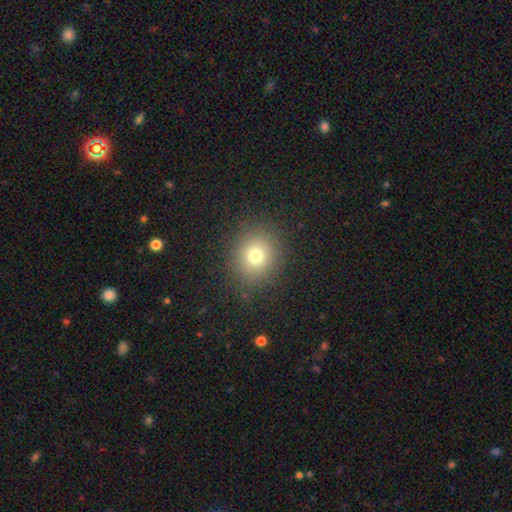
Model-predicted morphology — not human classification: Smooth or featured? smooth (73%)
How rounded? round (85%)
Merging? none (87%)